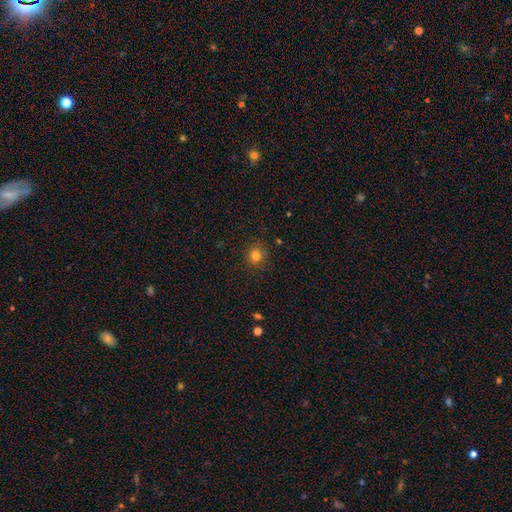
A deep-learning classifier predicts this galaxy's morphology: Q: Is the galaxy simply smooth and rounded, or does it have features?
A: smooth — 80%.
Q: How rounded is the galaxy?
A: round — 87%.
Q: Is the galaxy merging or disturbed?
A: none — 88%.